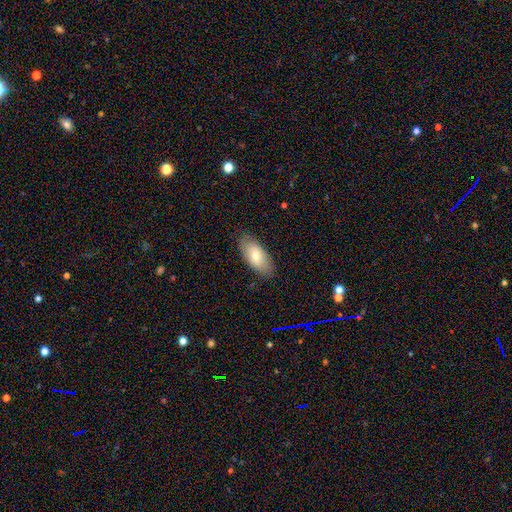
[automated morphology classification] Overall: smooth (72%). How rounded: in between (91%). Merging: none (84%).